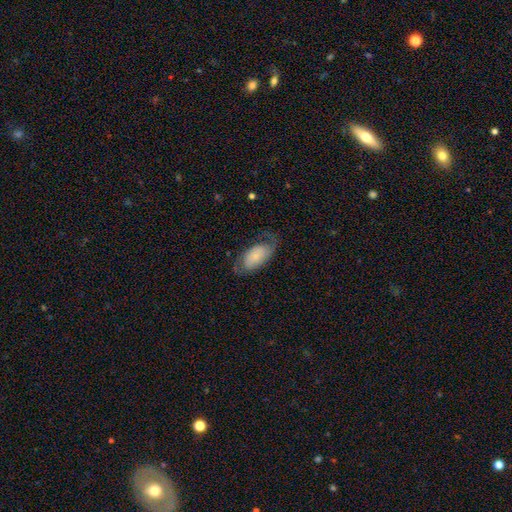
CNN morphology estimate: Smooth or featured?
  - smooth: 49% *
  - featured or disk: 44%
  - star or artifact: 7%
Merging?
  - none: 54% *
  - minor disturbance: 25%
  - major disturbance: 20%
  - merger: 2%